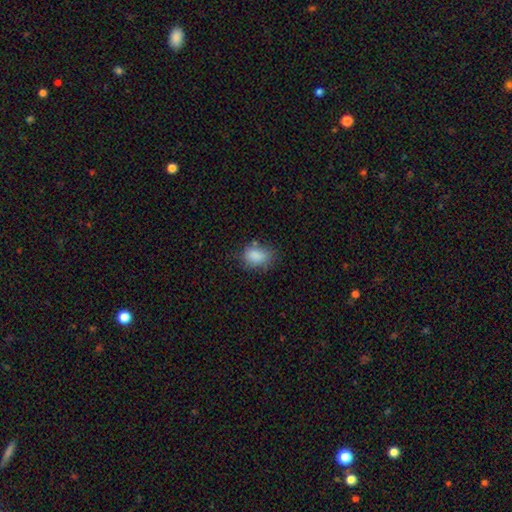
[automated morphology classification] Smooth or featured? Predicted: smooth (p=0.84). How rounded? Predicted: in between (p=0.72). Merging? Predicted: none (p=0.63).